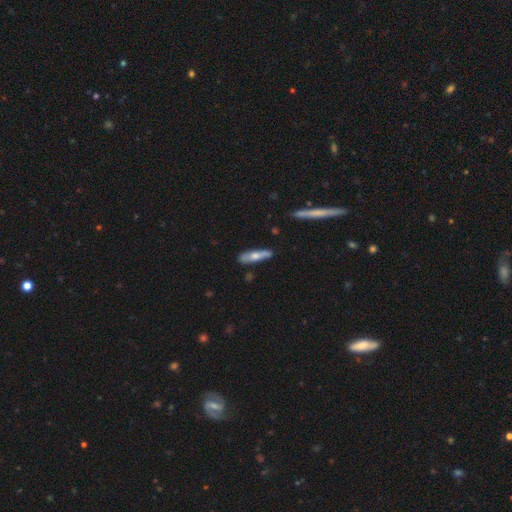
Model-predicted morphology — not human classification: A smooth galaxy with no disk features (55%) that is cigar-shaped (75%). Merging: none (80%).